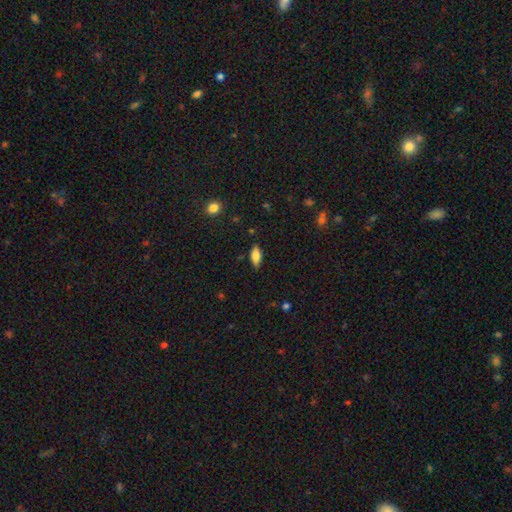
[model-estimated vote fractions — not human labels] Smooth or featured?
  - smooth: 79% *
  - featured or disk: 14%
  - star or artifact: 7%
How rounded?
  - in between: 81% *
  - cigar-shaped: 17%
  - round: 2%
Merging?
  - none: 85% *
  - minor disturbance: 11%
  - major disturbance: 2%
  - merger: 1%